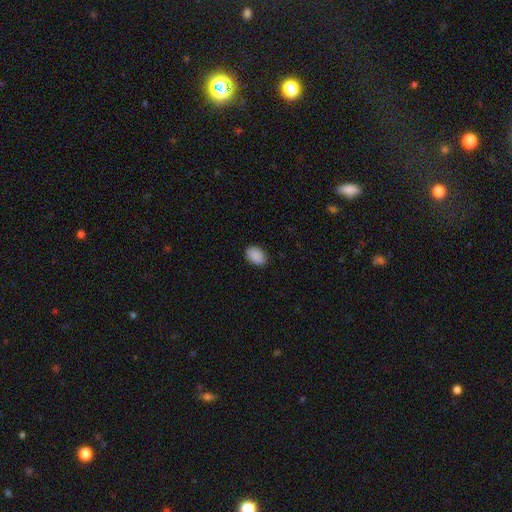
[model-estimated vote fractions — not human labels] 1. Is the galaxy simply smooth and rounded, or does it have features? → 90% smooth, 7% star or artifact, 3% featured or disk.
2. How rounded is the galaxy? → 84% in between, 15% round, 1% cigar-shaped.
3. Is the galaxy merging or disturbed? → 88% none, 9% minor disturbance, 2% major disturbance, 1% merger.